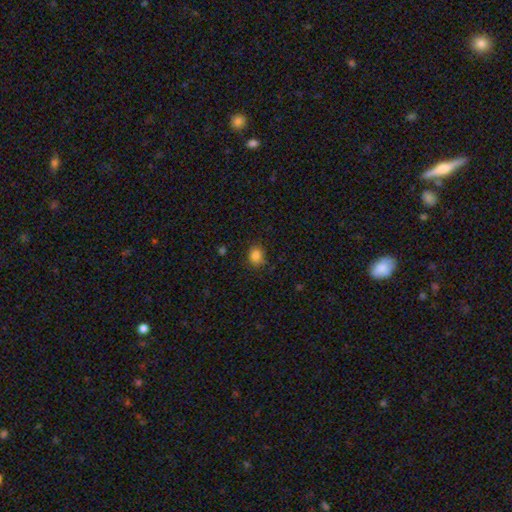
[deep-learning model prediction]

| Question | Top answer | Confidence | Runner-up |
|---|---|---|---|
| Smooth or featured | smooth | 84% | star or artifact (11%) |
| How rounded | round | 67% | in between (32%) |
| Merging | none | 80% | minor disturbance (15%) |